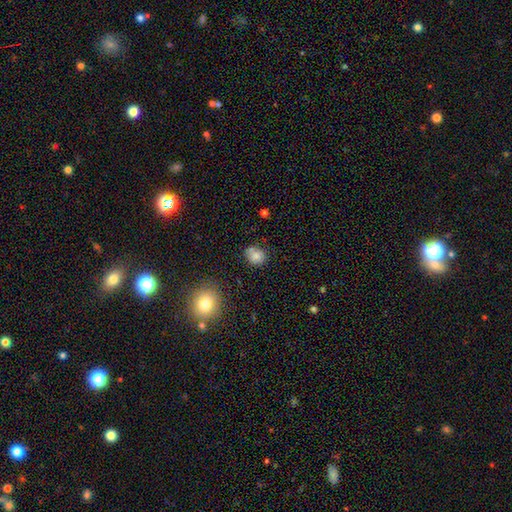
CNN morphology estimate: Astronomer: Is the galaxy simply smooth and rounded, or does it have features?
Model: smooth — 82%.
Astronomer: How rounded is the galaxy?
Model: round — 70%.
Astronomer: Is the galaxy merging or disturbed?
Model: none — 66%.